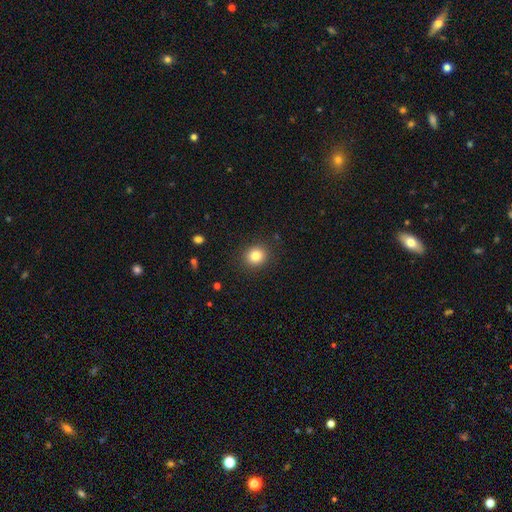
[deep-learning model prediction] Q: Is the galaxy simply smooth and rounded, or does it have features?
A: smooth — 82%.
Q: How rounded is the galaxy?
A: round — 82%.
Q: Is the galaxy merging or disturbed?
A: none — 90%.